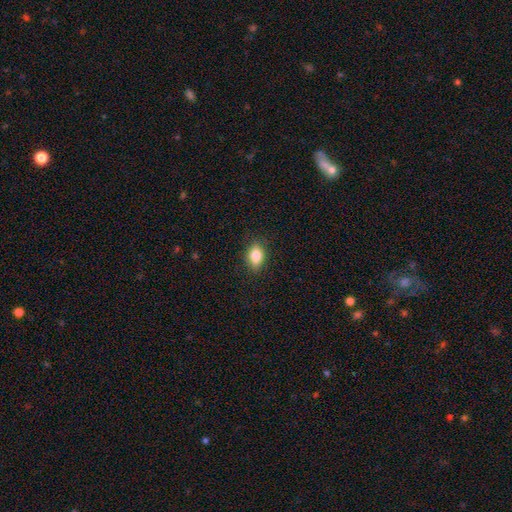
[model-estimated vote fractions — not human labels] Q: Smooth or featured?
A: smooth (83%); runner-up: star or artifact (9%)
Q: How rounded?
A: in between (79%); runner-up: round (19%)
Q: Merging?
A: none (85%); runner-up: minor disturbance (11%)